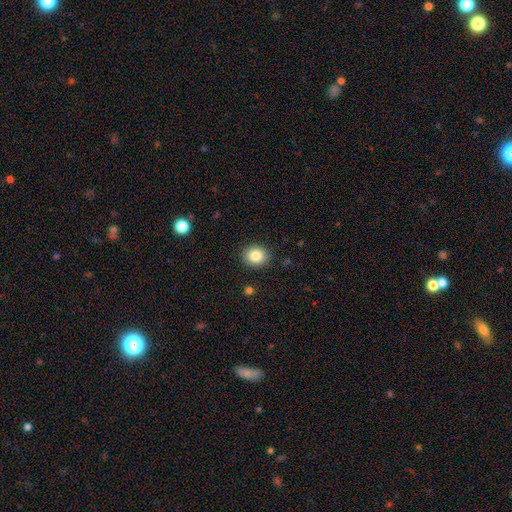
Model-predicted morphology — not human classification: A smooth galaxy with no disk features (84%) that is round (69%). Merging: none (89%).